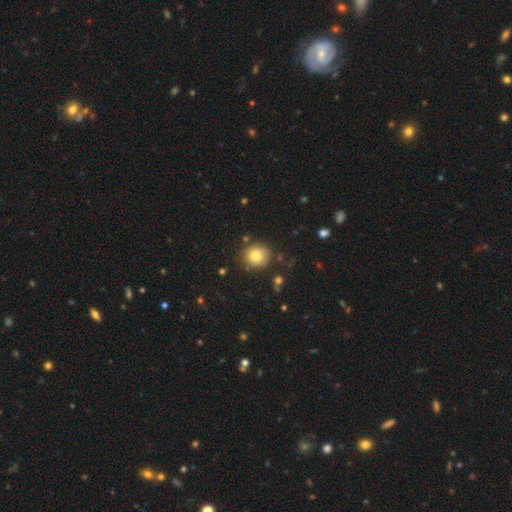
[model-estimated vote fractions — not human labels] Smooth or featured?
  - smooth: 80% *
  - featured or disk: 10%
  - star or artifact: 10%
How rounded?
  - round: 87% *
  - in between: 12%
  - cigar-shaped: 1%
Merging?
  - none: 81% *
  - minor disturbance: 12%
  - merger: 3%
  - major disturbance: 3%